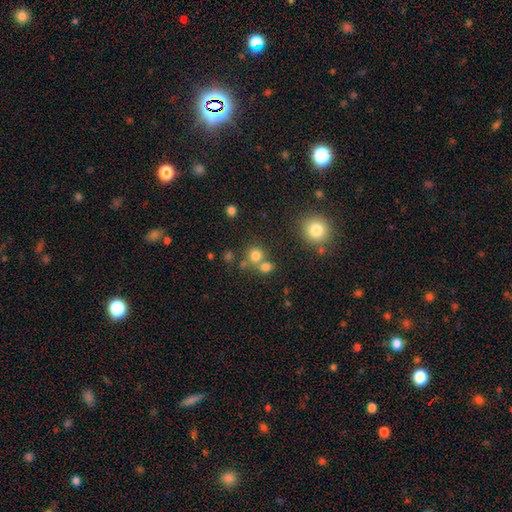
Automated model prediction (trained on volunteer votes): A smooth galaxy with no disk features (76%) that is round (87%). Merging: none (58%).